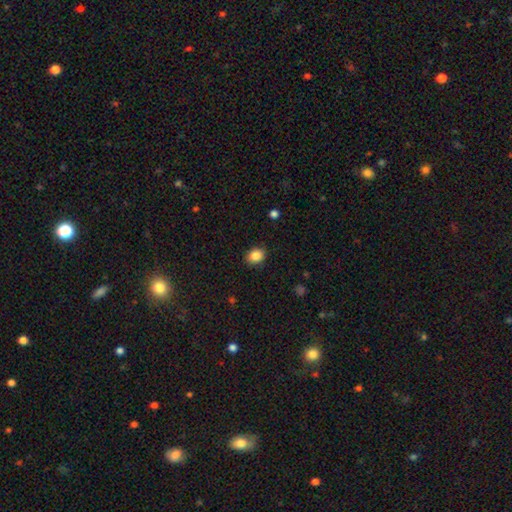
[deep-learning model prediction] Smooth or featured? Predicted: smooth (p=0.87). How rounded? Predicted: round (p=0.51). Merging? Predicted: none (p=0.87).